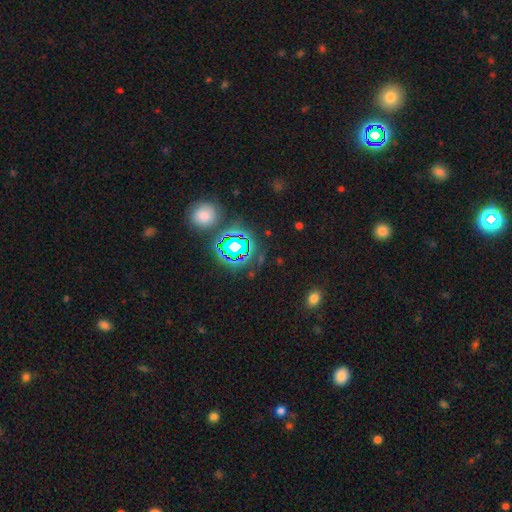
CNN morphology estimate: smooth_or_featured: star or artifact (p=0.70) [alt: smooth p=0.21]